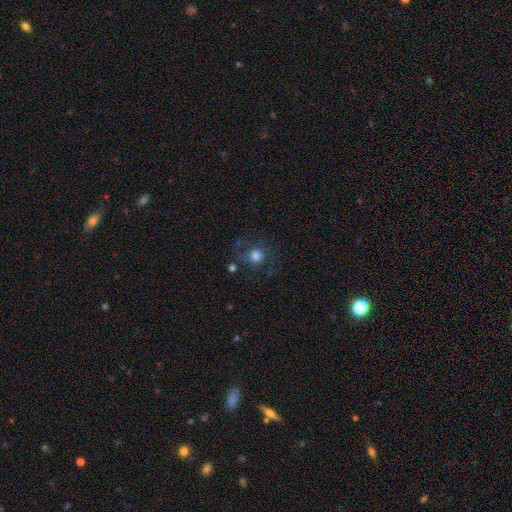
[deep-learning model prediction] Overall: smooth (55%; featured or disk 30%). How rounded: round (87%). Merging: none (68%).